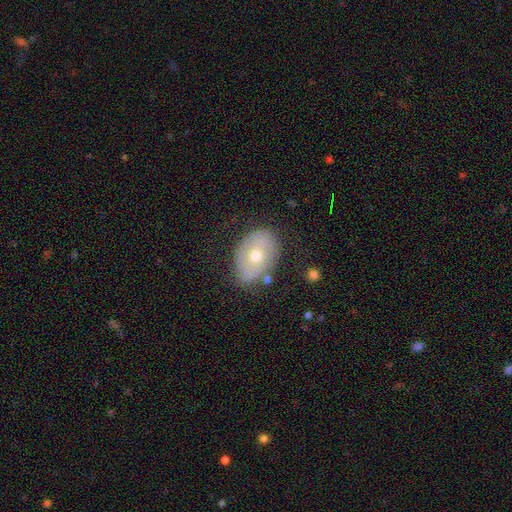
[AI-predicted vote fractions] Overall: smooth (49%; featured or disk 43%). Merging: none (72%).